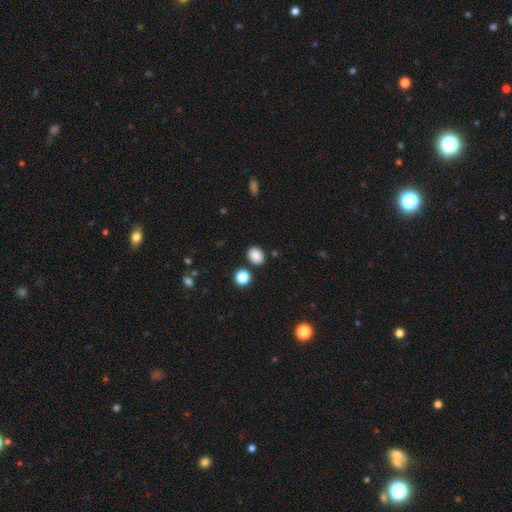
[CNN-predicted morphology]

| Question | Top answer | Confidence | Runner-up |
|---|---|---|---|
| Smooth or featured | smooth | 87% | star or artifact (10%) |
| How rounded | in between | 64% | round (35%) |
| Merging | none | 84% | minor disturbance (9%) |